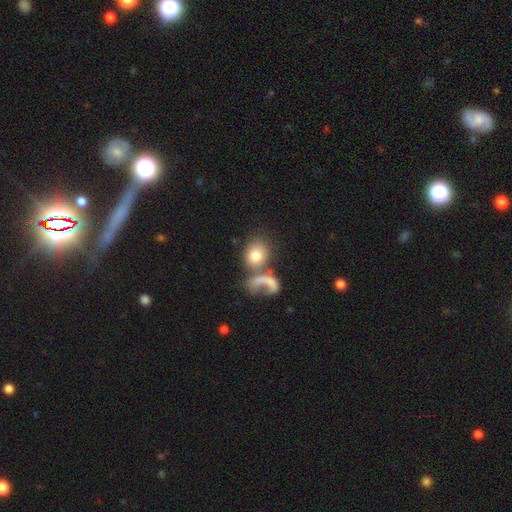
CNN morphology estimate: This is likely a smooth galaxy (75%). How rounded: possibly round (57%). Merging: marginally merger (39%).